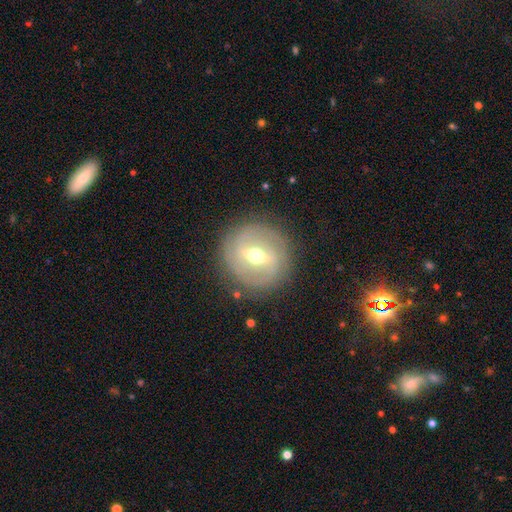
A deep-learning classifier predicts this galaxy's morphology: featured or disk 75%, smooth 18%, star or artifact 7%. Down the decision tree: edge-on disk — no (91%); bar — strong (50%); spiral arms — yes (68%); bulge size — moderate (74%); merging — none (84%).